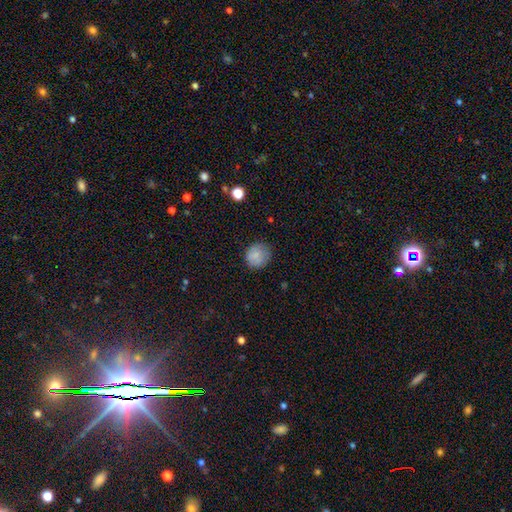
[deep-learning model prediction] Smooth or featured: smooth — 82% (featured or disk — 9%)
How rounded: round — 84% (in between — 15%)
Merging: none — 80% (minor disturbance — 15%)